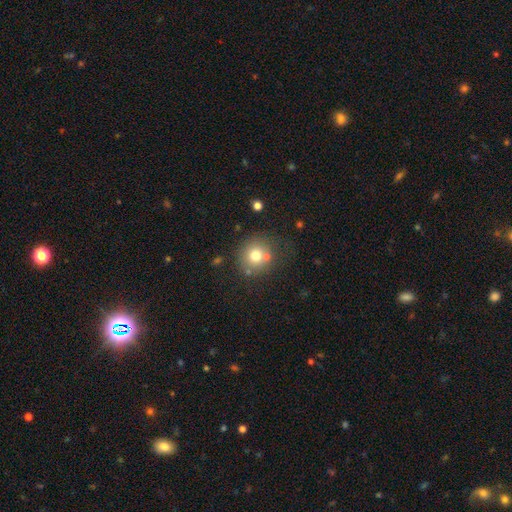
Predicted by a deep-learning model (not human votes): Smooth or featured?
  - smooth: 73% *
  - featured or disk: 15%
  - star or artifact: 12%
How rounded?
  - round: 88% *
  - in between: 11%
  - cigar-shaped: 1%
Merging?
  - none: 69% *
  - merger: 14%
  - minor disturbance: 13%
  - major disturbance: 5%